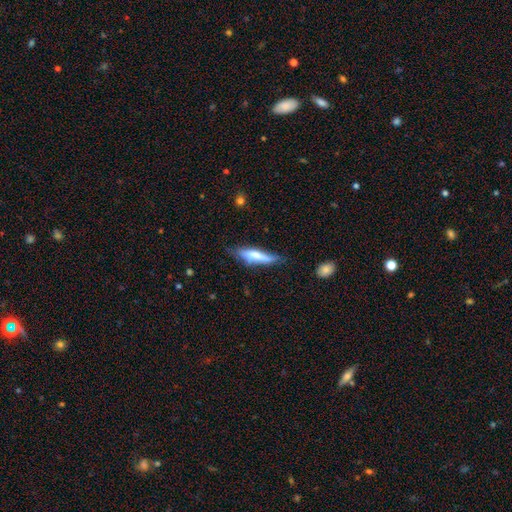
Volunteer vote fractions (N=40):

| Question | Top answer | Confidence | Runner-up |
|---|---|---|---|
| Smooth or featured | smooth | 48% | featured or disk (45%) |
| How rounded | cigar-shaped | 58% | in between (42%) |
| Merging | none | 65% | minor disturbance (19%) |